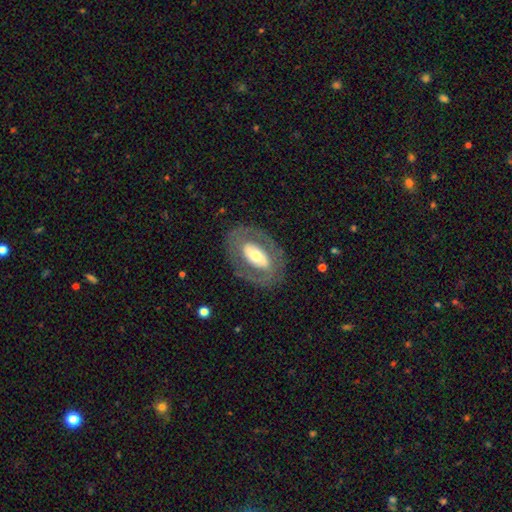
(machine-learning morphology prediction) This is likely a featured or disk galaxy (63%). It is clearly not viewed edge-on (91%). Bar: possibly no (56%). Spiral arm pattern: likely no (67%). Central bulge: possibly moderate (53%). Merging: likely none (78%).